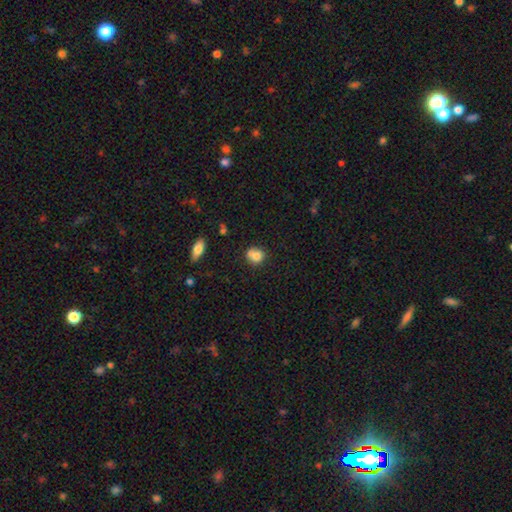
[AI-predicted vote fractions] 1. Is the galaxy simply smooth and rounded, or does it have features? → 78% smooth, 11% featured or disk, 10% star or artifact.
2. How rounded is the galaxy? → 71% round, 28% in between, 1% cigar-shaped.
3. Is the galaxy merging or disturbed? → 51% none, 23% merger, 20% minor disturbance, 6% major disturbance.